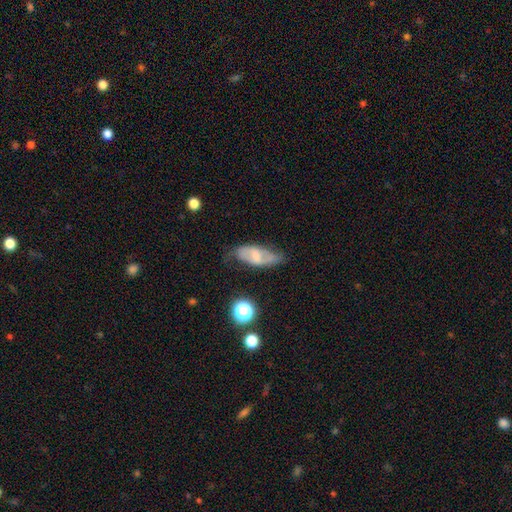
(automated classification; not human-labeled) smooth-or-featured: featured or disk: 48% | smooth: 43% | star or artifact: 9%
  merging: none: 58% | minor disturbance: 28% | major disturbance: 11% | merger: 3%